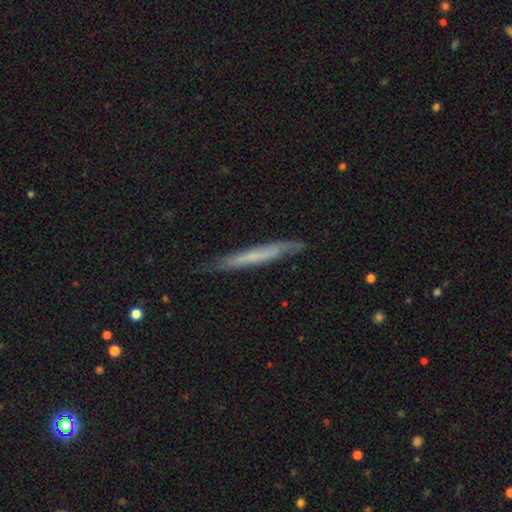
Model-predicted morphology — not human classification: This is possibly a smooth galaxy (49%). Merging: likely none (79%).